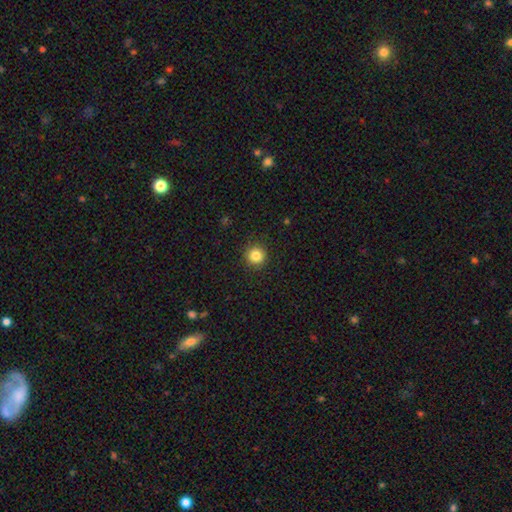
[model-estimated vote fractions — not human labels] smooth-or-featured: smooth: 84% | star or artifact: 11% | featured or disk: 5%
  how-rounded: round: 94% | in between: 5% | cigar-shaped: 1%
  merging: none: 91% | minor disturbance: 6% | major disturbance: 2% | merger: 1%